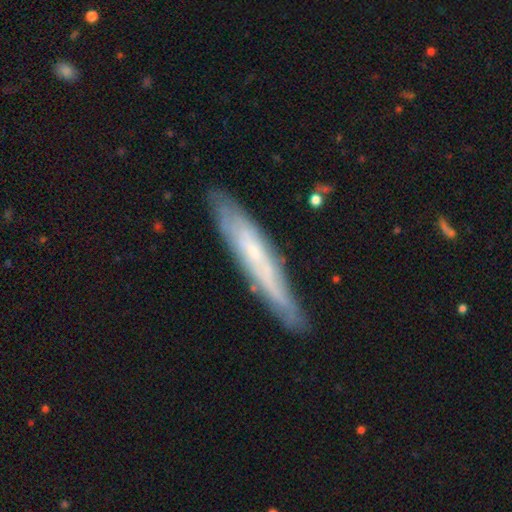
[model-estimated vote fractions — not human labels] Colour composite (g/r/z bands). It shows a featured or disk galaxy (64%) viewed edge-on (67%). Merging: none (81%).